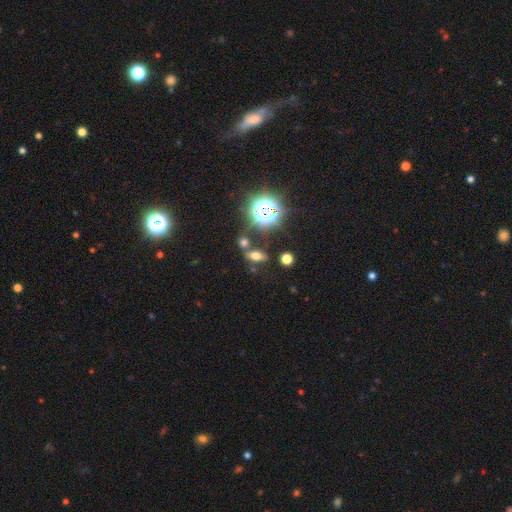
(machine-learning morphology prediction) Smooth or featured? Predicted: smooth (p=0.53). How rounded? Predicted: in between (p=0.68). Merging? Predicted: none (p=0.70).